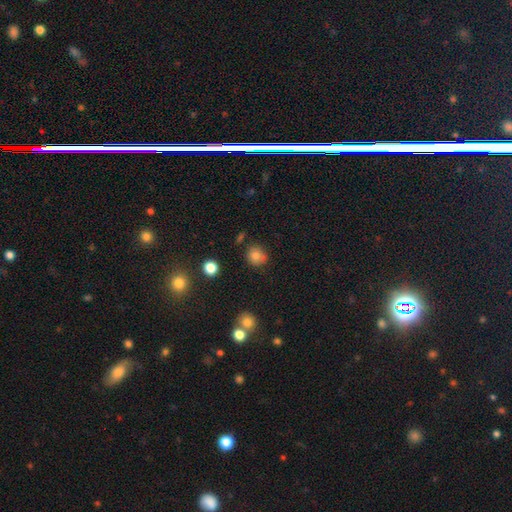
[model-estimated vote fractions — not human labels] Overall: smooth (80%). How rounded: round (81%). Merging: none (77%).